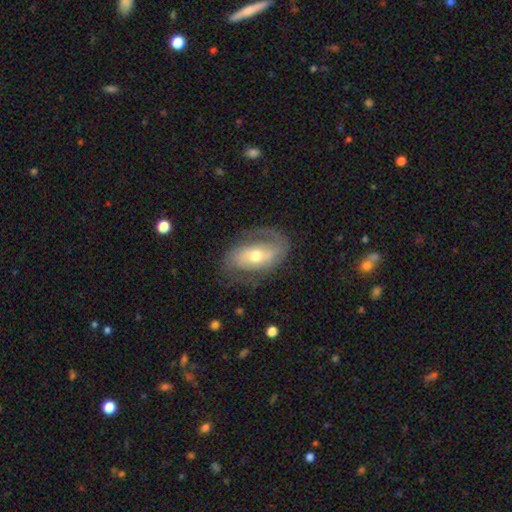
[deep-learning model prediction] smooth-or-featured: featured or disk: 73% | smooth: 21% | star or artifact: 6%
  disk-edge-on: no: 94% | yes: 6%
    bar: no: 44% | weak: 36% | strong: 20%
    has-spiral-arms: yes: 86% | no: 14%
      spiral-winding: medium: 42% | tight: 30% | loose: 27%
      spiral-arm-count: 2: 69% | 1: 18% | can't tell: 10% | 3: 2% | 4: 1% | more than 4: 1%
    bulge-size: moderate: 66% | small: 25% | large: 6% | dominant: 1% | none: 1%
  merging: none: 66% | minor disturbance: 19% | major disturbance: 14% | merger: 1%